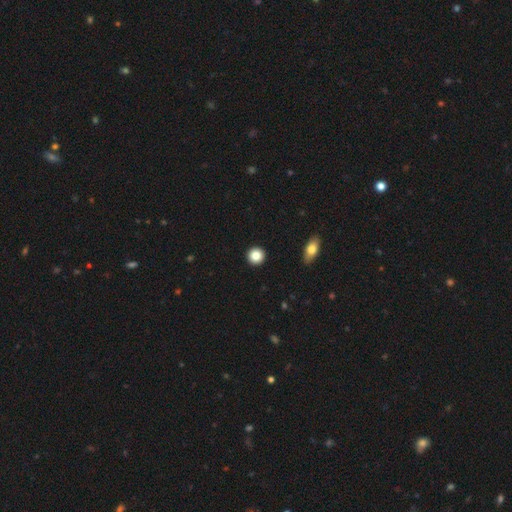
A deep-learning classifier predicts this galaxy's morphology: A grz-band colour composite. It shows a smooth galaxy with no disk features (86%) that is round (94%). Merging: none (93%).